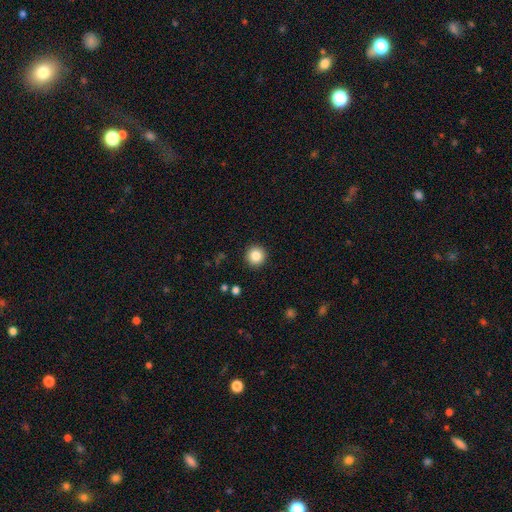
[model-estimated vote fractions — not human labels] smooth 85%, star or artifact 10%, featured or disk 5%. Down the decision tree: how rounded — round (95%); merging — none (92%).